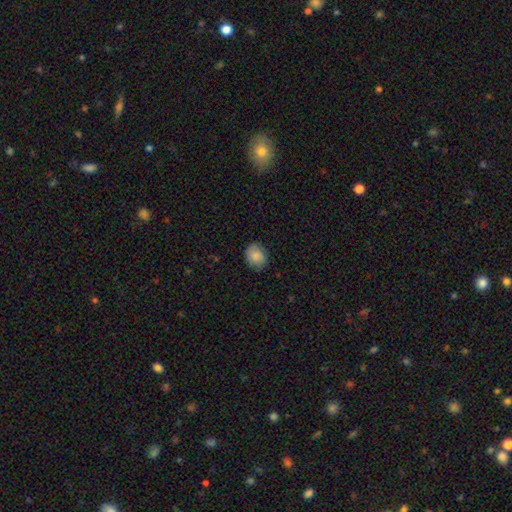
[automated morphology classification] Smooth or featured?
  - smooth: 88% *
  - star or artifact: 7%
  - featured or disk: 5%
How rounded?
  - round: 58% *
  - in between: 41%
  - cigar-shaped: 1%
Merging?
  - none: 84% *
  - minor disturbance: 13%
  - major disturbance: 3%
  - merger: 1%